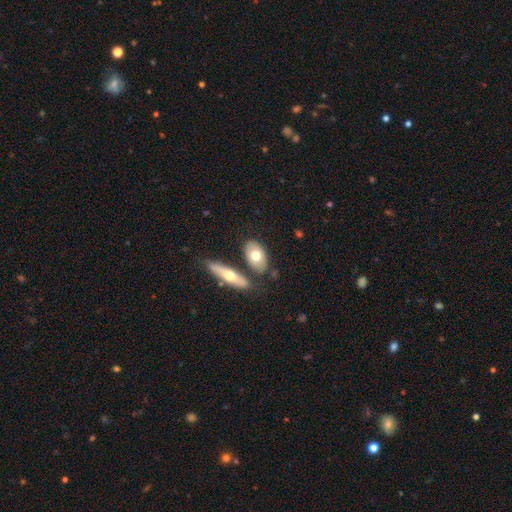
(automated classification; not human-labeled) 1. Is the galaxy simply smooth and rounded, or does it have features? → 64% smooth, 30% featured or disk, 5% star or artifact.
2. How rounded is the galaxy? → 88% in between, 6% round, 6% cigar-shaped.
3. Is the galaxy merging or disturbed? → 68% none, 17% merger, 12% minor disturbance, 3% major disturbance.